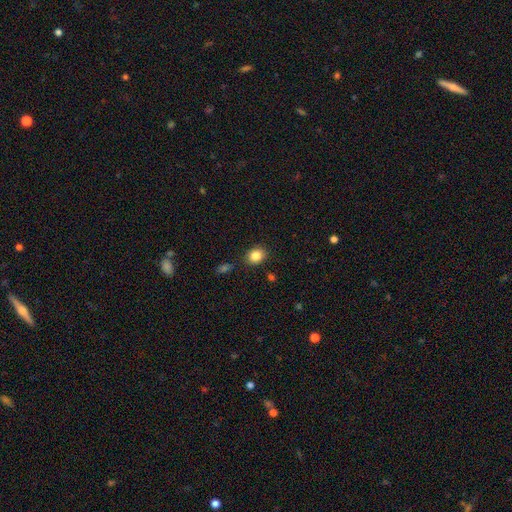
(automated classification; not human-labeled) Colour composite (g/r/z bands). It shows a smooth galaxy with no disk features (84%) that is round (56%). Merging: none (84%).